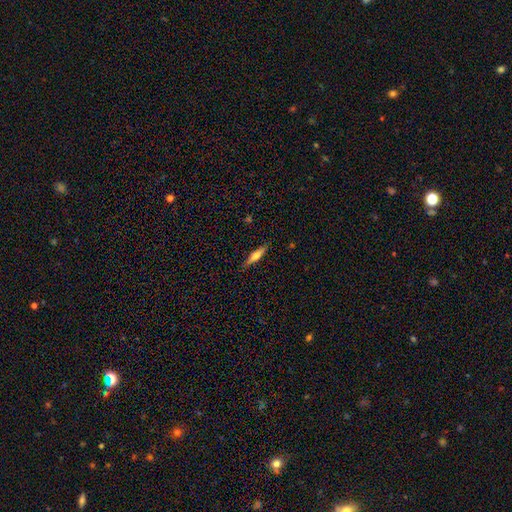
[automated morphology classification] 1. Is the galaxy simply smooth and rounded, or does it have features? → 49% smooth, 44% featured or disk, 6% star or artifact.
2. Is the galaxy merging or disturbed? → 86% none, 11% minor disturbance, 2% major disturbance, 1% merger.